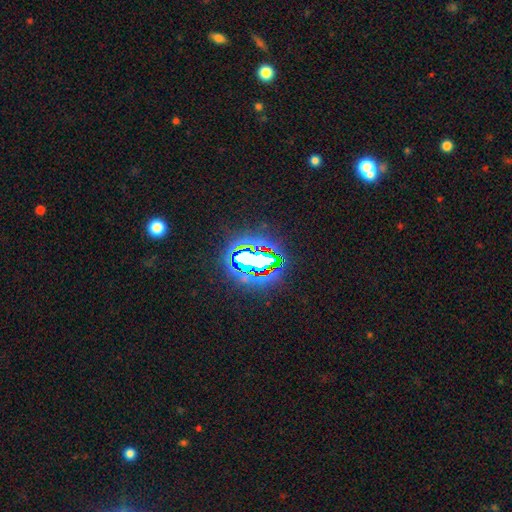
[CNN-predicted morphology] type=star or artifact (70%).